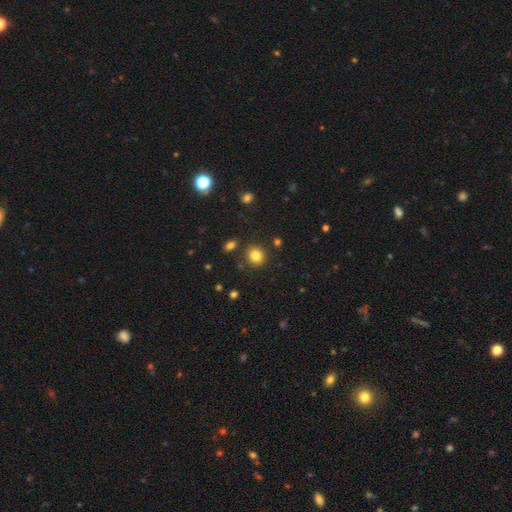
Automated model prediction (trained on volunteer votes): This appears to be a smooth galaxy with no disk features (83%) that is round (79%). Merging: none (85%).